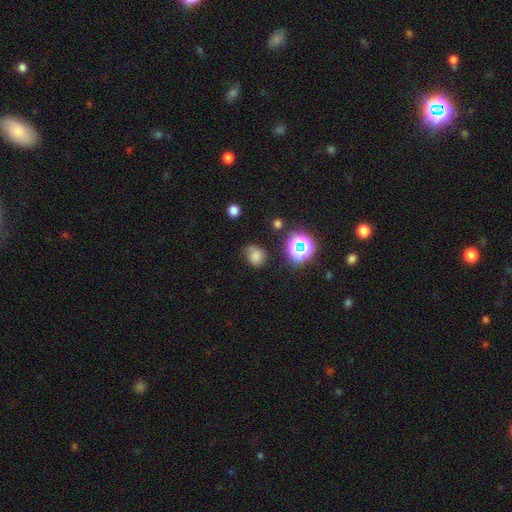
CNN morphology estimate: smooth_or_featured: smooth (p=0.70) [alt: star or artifact p=0.18]
how_rounded: round (p=0.67) [alt: in between p=0.32]
merging: none (p=0.52) [alt: minor disturbance p=0.33]